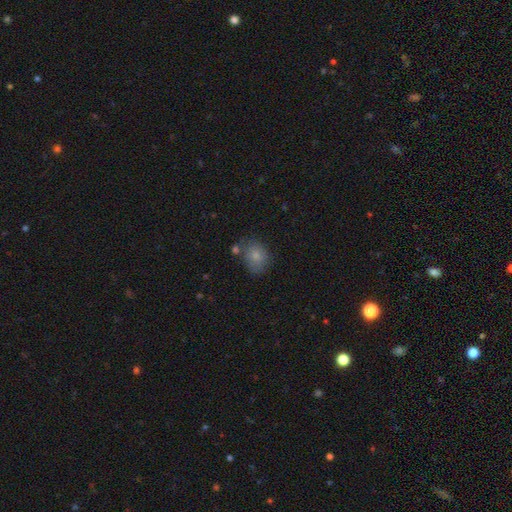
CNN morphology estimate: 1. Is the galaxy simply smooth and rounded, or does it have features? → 80% smooth, 10% featured or disk, 9% star or artifact.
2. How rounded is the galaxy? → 52% in between, 47% round, 1% cigar-shaped.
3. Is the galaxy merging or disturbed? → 62% none, 21% minor disturbance, 11% merger, 7% major disturbance.